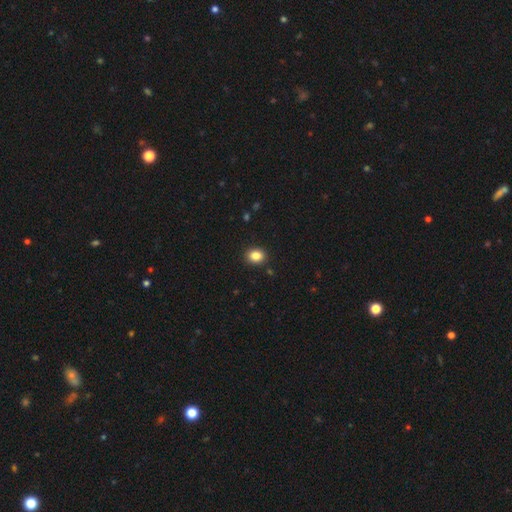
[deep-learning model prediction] Smooth or featured? smooth (84%)
How rounded? round (57%)
Merging? none (91%)